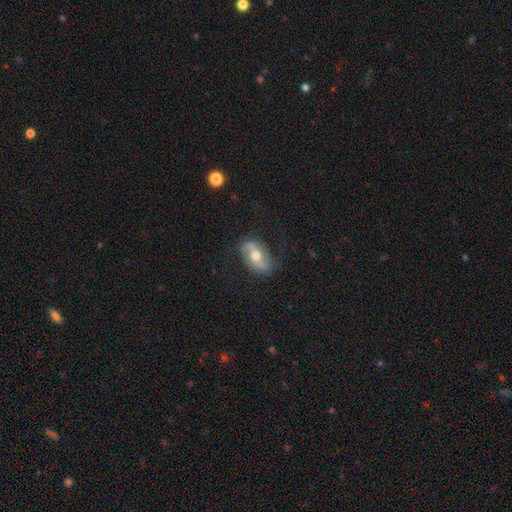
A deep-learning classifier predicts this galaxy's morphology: This appears to be a featured or disk galaxy (71%) with no bar (35%), 2 (90%) loose (60%) spiral arms (85%) and a moderate central bulge (76%). Merging: none (77%).